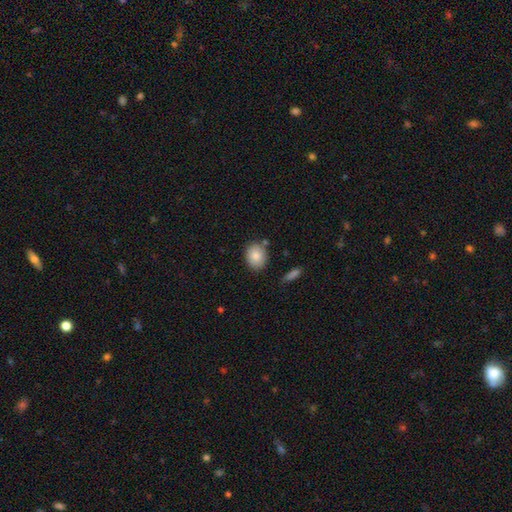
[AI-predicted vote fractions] The model was most divided on "how rounded": in between: 52%, round: 47%, cigar-shaped: 1%. More confident: smooth or featured — smooth (84%); merging — none (78%).